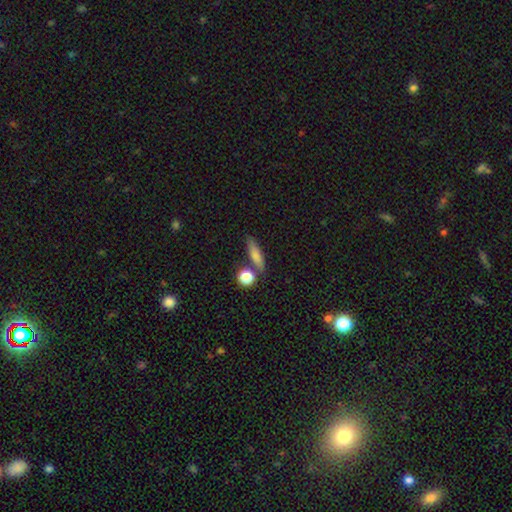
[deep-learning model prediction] Morphology: type=smooth (75%); roundness=cigar-shaped (58%); merging=none (70%).